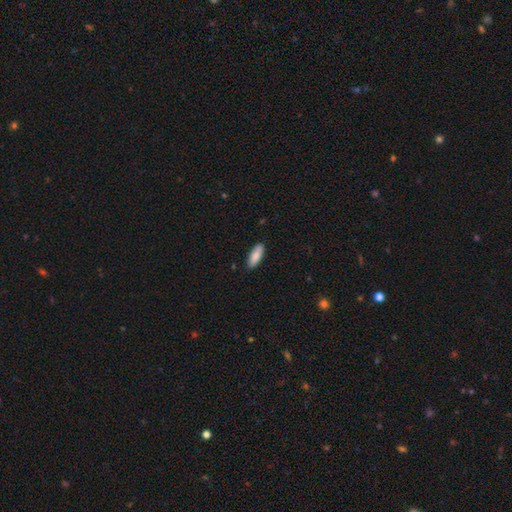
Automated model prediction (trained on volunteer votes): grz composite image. It shows a smooth galaxy with no disk features (86%) that is in between round and cigar-shaped (63%). Merging: none (88%).